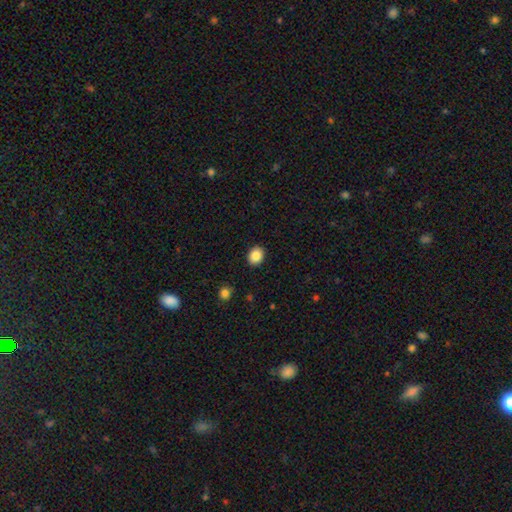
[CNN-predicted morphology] smooth_or_featured: smooth (p=0.86) [alt: star or artifact p=0.09]
how_rounded: round (p=0.61) [alt: in between p=0.38]
merging: none (p=0.91) [alt: minor disturbance p=0.06]